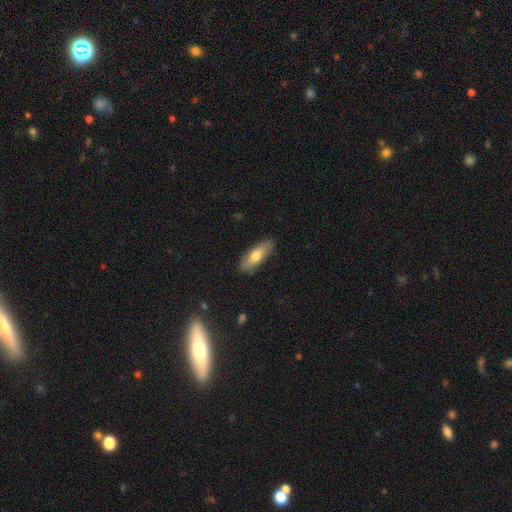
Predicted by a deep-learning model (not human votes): This is likely a smooth galaxy (69%). How rounded: likely in between (67%). Merging: clearly none (84%).